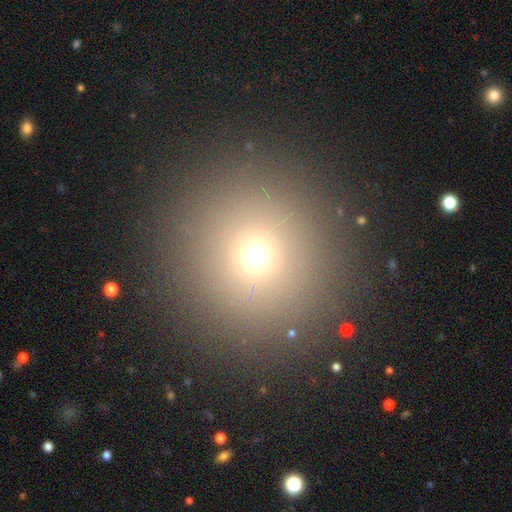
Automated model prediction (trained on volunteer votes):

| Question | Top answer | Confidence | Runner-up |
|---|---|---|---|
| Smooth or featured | smooth | 67% | star or artifact (24%) |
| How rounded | round | 95% | in between (4%) |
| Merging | none | 90% | minor disturbance (5%) |